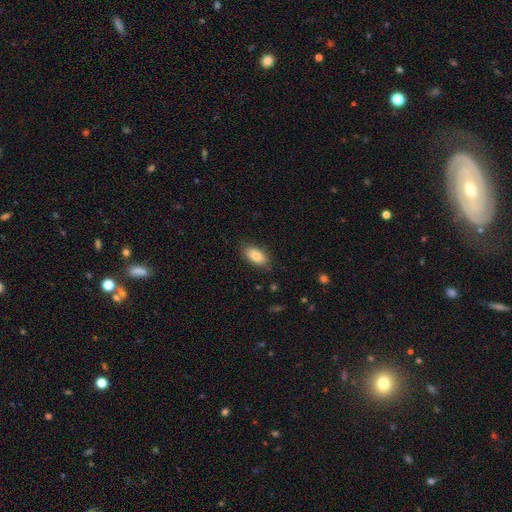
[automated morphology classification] Smooth or featured? smooth (85%)
How rounded? in between (92%)
Merging? none (83%)